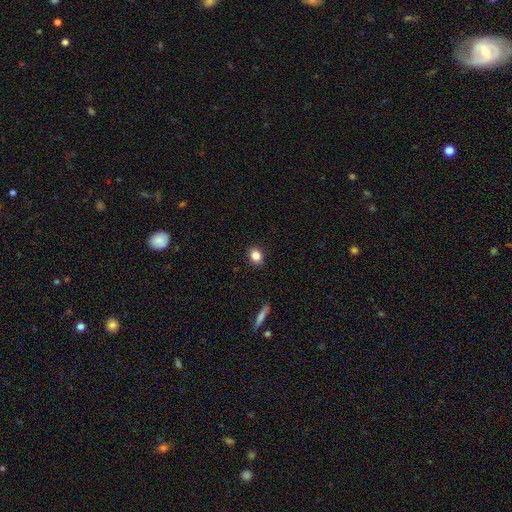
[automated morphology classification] This is clearly a smooth galaxy (84%). How rounded: possibly in between (54%). Merging: clearly none (89%).